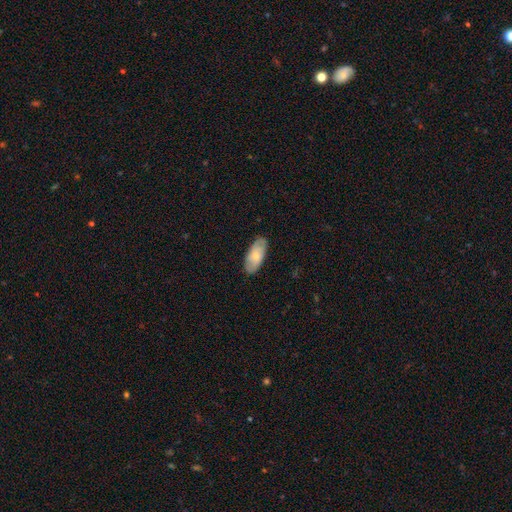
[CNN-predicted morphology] Smooth or featured? smooth (64%)
How rounded? in between (89%)
Merging? none (84%)